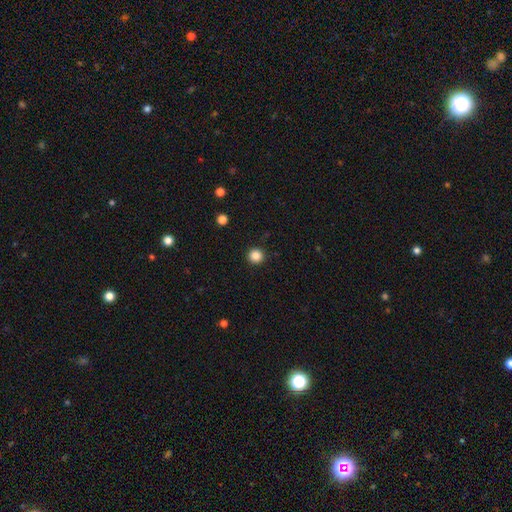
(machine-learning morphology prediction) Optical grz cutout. It shows a smooth galaxy with no disk features (86%) that is round (96%). Merging: none (93%).